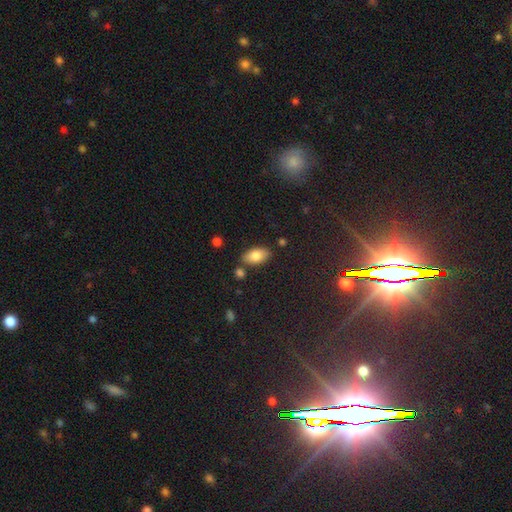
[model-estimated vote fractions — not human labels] Morphology: type=smooth (82%); roundness=in between (93%); merging=none (81%).